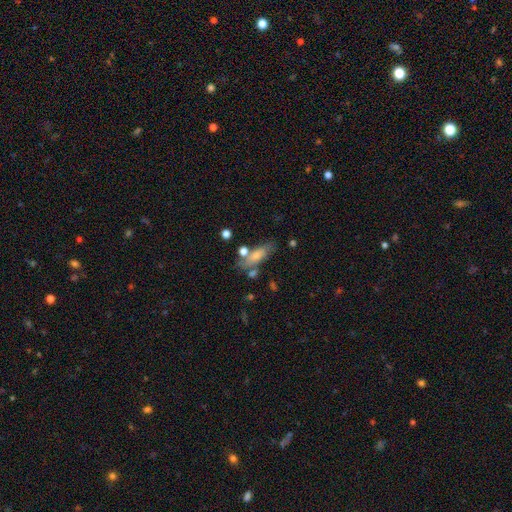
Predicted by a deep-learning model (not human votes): Smooth or featured? Predicted: smooth (p=0.65). How rounded? Predicted: in between (p=0.64). Merging? Predicted: none (p=0.53).